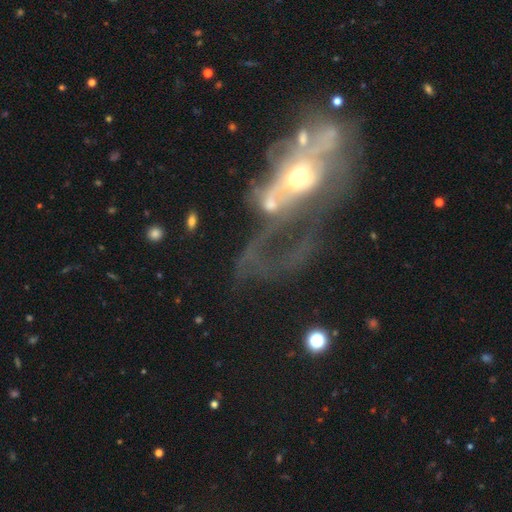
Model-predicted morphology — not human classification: featured or disk 72%, smooth 16%, star or artifact 12%. Down the decision tree: edge-on disk — no (91%); bar — no (72%); spiral arms — no (56%); bulge size — moderate (54%); merging — major disturbance (47%).